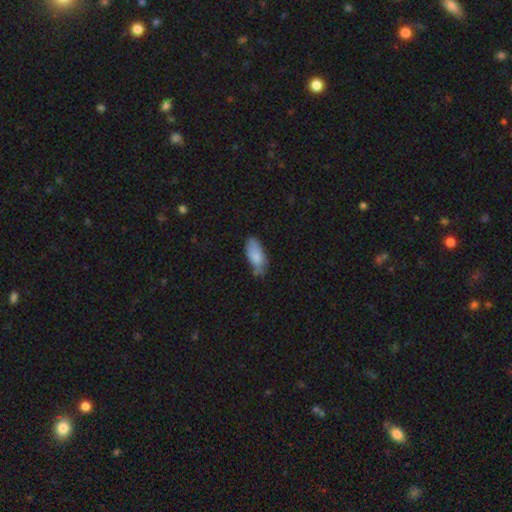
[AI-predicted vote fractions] The model was most divided on "merging": none: 55%, minor disturbance: 34%, major disturbance: 7%, merger: 4%. More confident: how rounded — in between (88%); smooth or featured — smooth (82%).